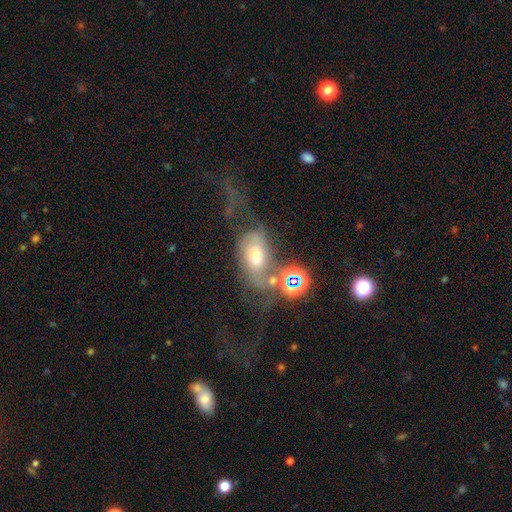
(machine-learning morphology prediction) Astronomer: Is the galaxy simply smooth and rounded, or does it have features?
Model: featured or disk — 44% (runner-up: smooth, 38%).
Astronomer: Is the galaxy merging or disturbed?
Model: major disturbance — 41% (runner-up: merger, 22%).